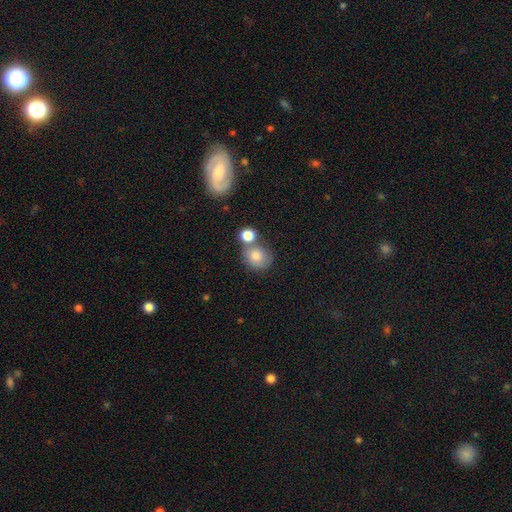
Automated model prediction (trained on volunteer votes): smooth 78%, featured or disk 13%, star or artifact 9%. Down the decision tree: how rounded — round (72%); merging — none (47%).